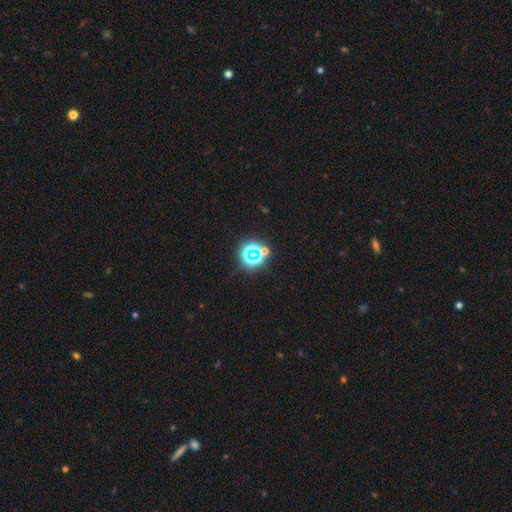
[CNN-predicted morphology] Q: Smooth or featured?
A: star or artifact (65%); runner-up: smooth (25%)